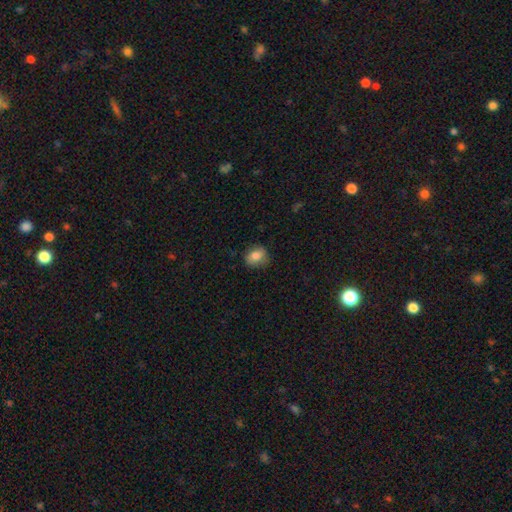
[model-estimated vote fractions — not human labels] Smooth or featured? smooth (82%)
How rounded? round (53%)
Merging? none (77%)